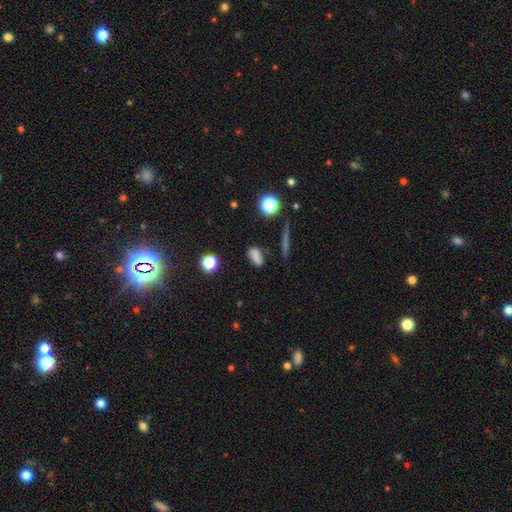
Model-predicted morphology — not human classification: smooth_or_featured: smooth (p=0.74) [alt: star or artifact p=0.16]
how_rounded: in between (p=0.76) [alt: round p=0.15]
merging: none (p=0.72) [alt: minor disturbance p=0.17]